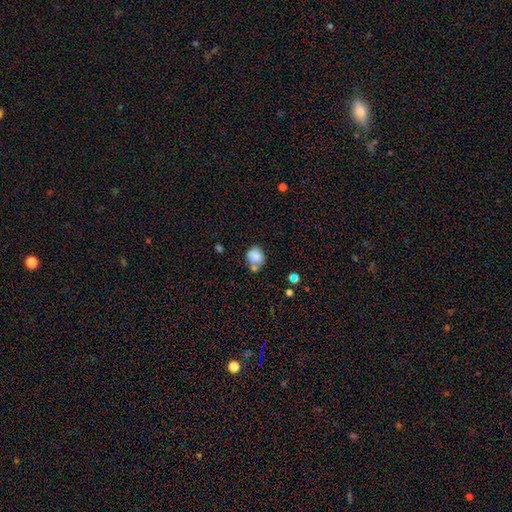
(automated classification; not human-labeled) smooth-or-featured: smooth: 80% | featured or disk: 11% | star or artifact: 9%
  how-rounded: round: 62% | in between: 37% | cigar-shaped: 1%
  merging: none: 48% | merger: 27% | minor disturbance: 19% | major disturbance: 6%